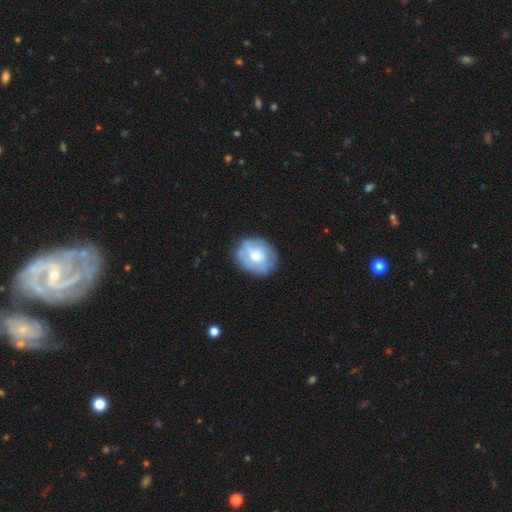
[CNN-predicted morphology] Smooth or featured? Predicted: featured or disk (p=0.49). Merging? Predicted: none (p=0.68).